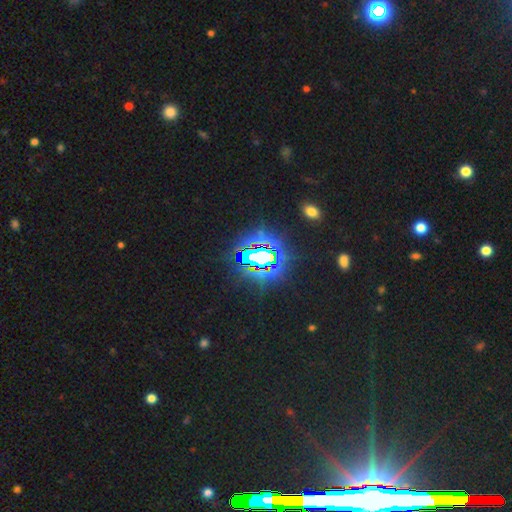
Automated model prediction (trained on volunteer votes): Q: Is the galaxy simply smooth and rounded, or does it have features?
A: star or artifact — 83%.